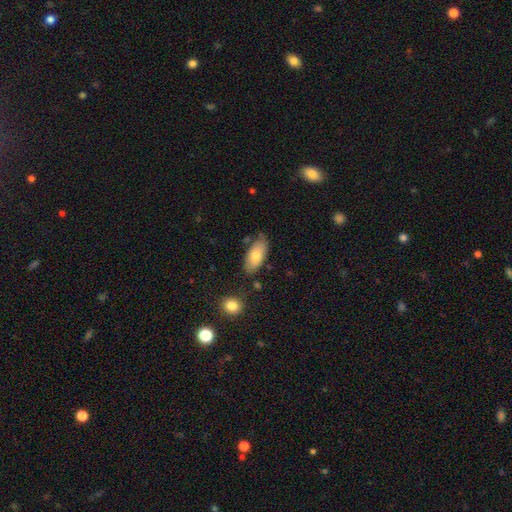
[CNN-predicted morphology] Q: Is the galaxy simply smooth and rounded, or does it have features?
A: smooth — 73%.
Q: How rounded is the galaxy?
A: in between — 90%.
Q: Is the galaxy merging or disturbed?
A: none — 72%.